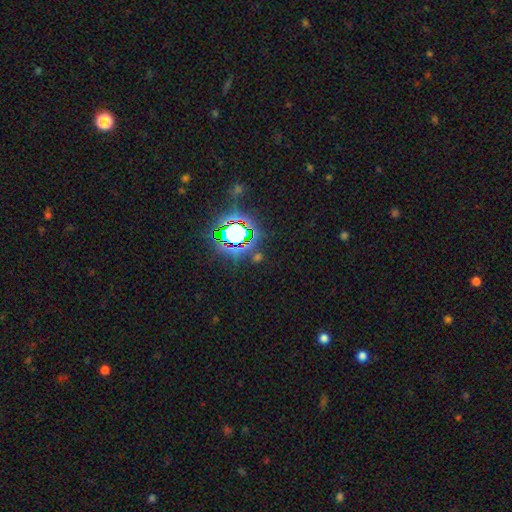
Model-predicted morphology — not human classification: A star or artifact, not a galaxy (77%).